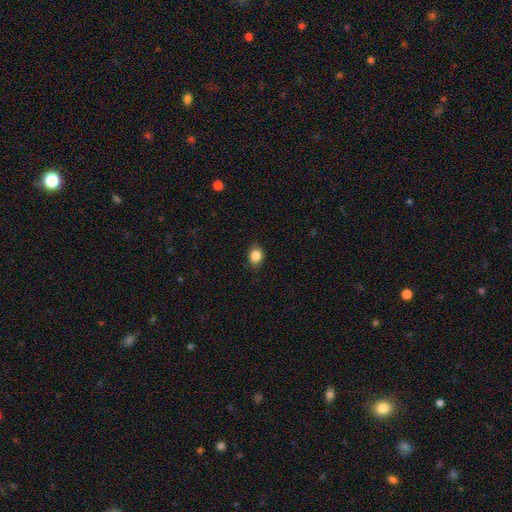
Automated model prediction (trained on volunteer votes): smooth_or_featured: smooth (p=0.86) [alt: star or artifact p=0.09]
how_rounded: in between (p=0.54) [alt: round p=0.45]
merging: none (p=0.85) [alt: minor disturbance p=0.11]